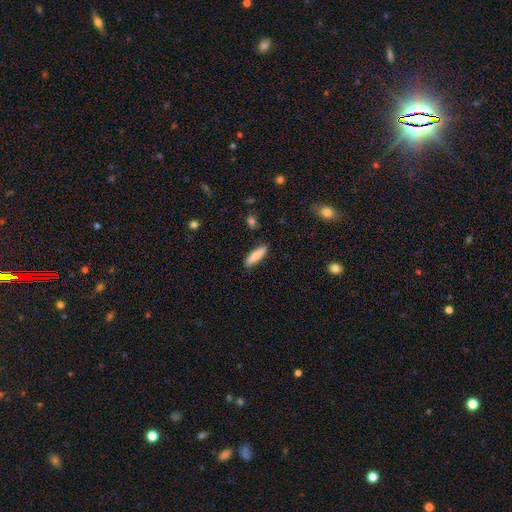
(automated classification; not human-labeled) This is clearly a smooth galaxy (82%). How rounded: likely cigar-shaped (66%). Merging: clearly none (87%).